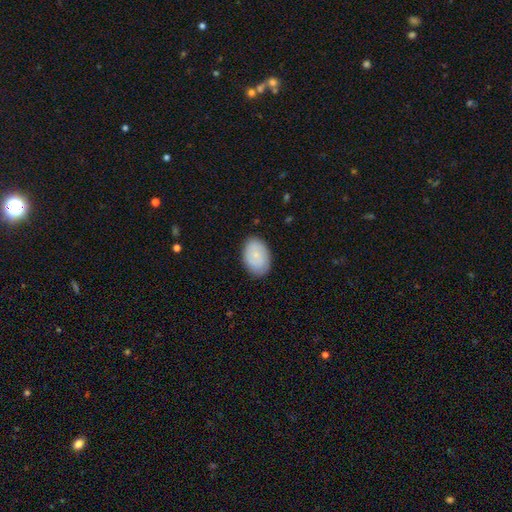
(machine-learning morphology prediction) smooth_or_featured: smooth (p=0.72) [alt: featured or disk p=0.21]
how_rounded: in between (p=0.87) [alt: round p=0.11]
merging: none (p=0.84) [alt: minor disturbance p=0.12]